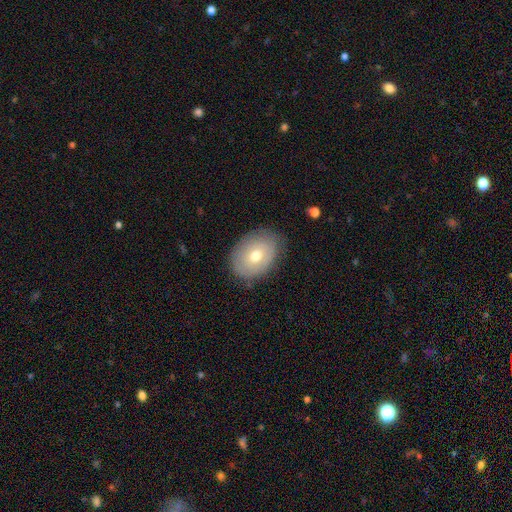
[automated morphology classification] This is likely a smooth galaxy (63%). How rounded: likely in between (74%). Merging: likely none (78%).